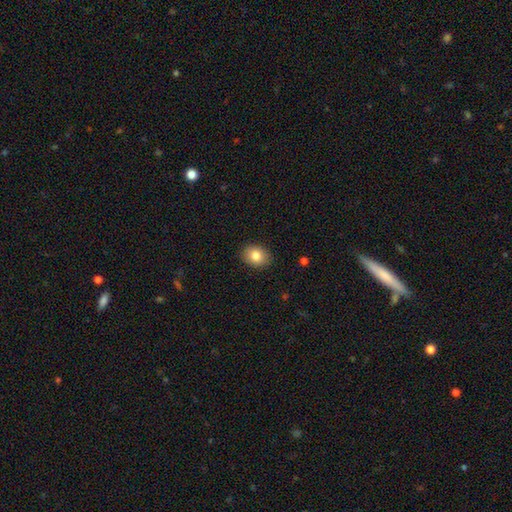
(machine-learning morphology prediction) A smooth galaxy with no disk features (82%) that is in between round and cigar-shaped (65%).

Vote fractions:
- Smooth or featured? smooth: 82% / featured or disk: 9% / star or artifact: 8%
- How rounded? in between: 65% / round: 34% / cigar-shaped: 1%
- Merging? none: 89% / minor disturbance: 8% / major disturbance: 2% / merger: 1%